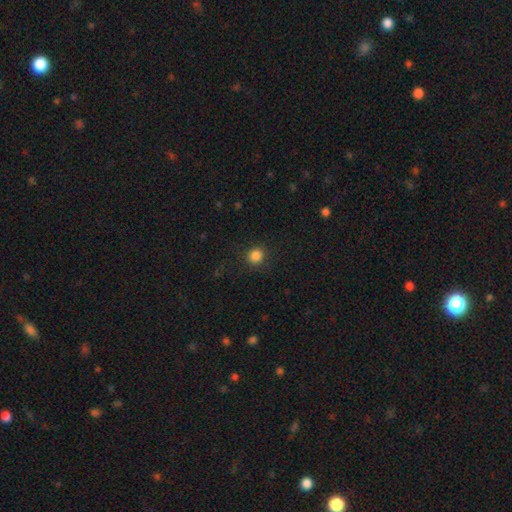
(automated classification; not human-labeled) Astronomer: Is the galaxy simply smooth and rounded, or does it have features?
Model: smooth — 85%.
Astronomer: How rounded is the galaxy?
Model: round — 90%.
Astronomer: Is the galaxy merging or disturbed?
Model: none — 89%.